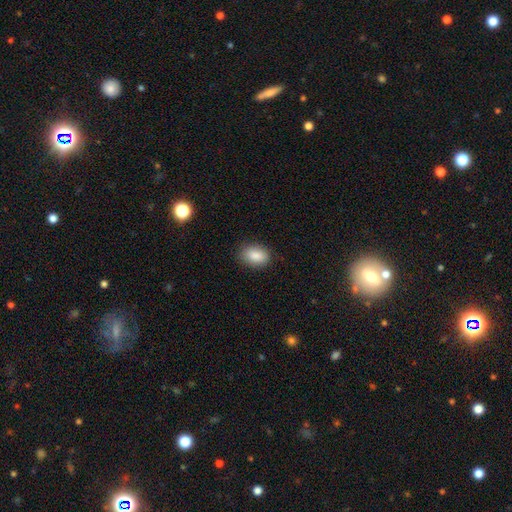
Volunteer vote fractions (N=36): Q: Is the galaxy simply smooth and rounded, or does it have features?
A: smooth — 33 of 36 (92%).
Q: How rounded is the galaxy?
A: in between — 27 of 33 (82%).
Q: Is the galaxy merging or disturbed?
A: none — 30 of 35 (86%).